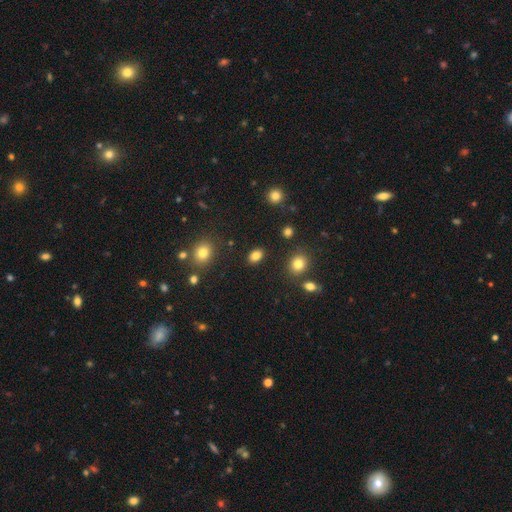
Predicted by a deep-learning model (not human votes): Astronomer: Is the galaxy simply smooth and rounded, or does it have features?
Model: smooth — 84%.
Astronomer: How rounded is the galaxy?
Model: in between — 78%.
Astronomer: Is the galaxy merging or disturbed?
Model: none — 87%.